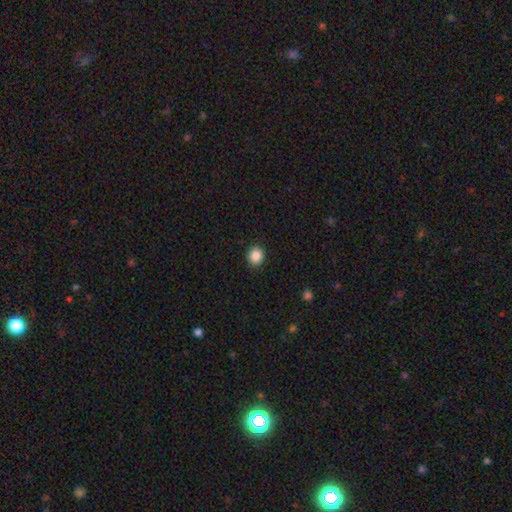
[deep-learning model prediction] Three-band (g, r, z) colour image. It shows a smooth galaxy with no disk features (87%) that is round (77%). Merging: none (90%).